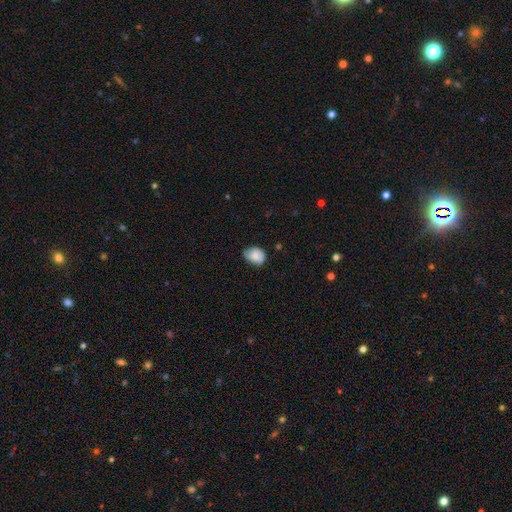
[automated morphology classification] A smooth galaxy with no disk features (76%) that is in between round and cigar-shaped (59%).

Vote fractions:
- Smooth or featured? smooth: 76% / featured or disk: 16% / star or artifact: 8%
- How rounded? in between: 59% / round: 40% / cigar-shaped: 1%
- Merging? none: 51% / minor disturbance: 39% / major disturbance: 8% / merger: 2%